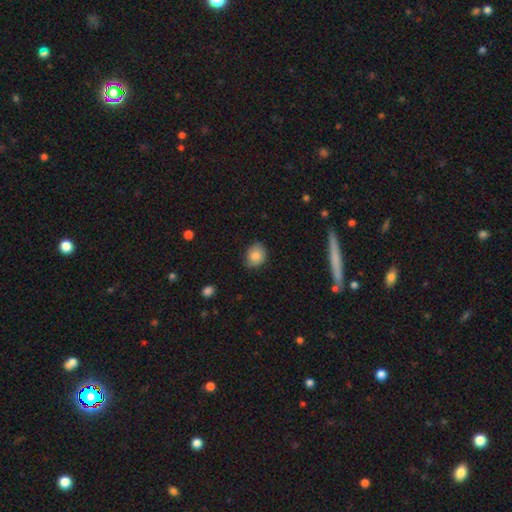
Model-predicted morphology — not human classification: The model was most divided on "how rounded": round: 55%, in between: 44%, cigar-shaped: 1%. More confident: smooth or featured — smooth (83%); merging — none (76%).